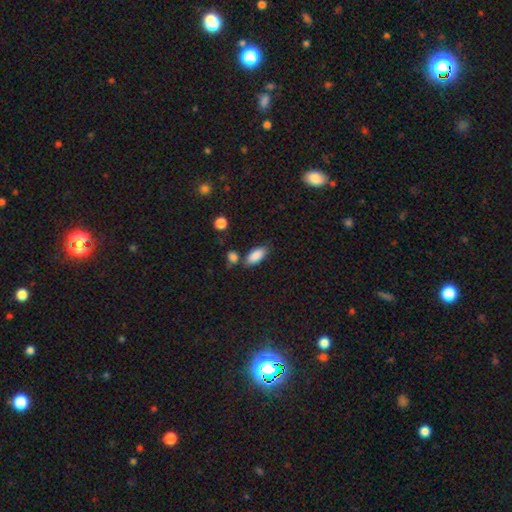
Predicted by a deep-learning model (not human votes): Smooth or featured? smooth (87%)
How rounded? in between (86%)
Merging? none (74%)